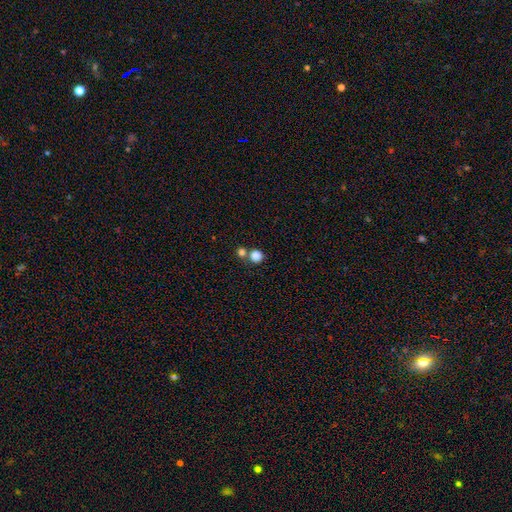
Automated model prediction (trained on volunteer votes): Smooth or featured? smooth (83%)
How rounded? round (89%)
Merging? none (59%)